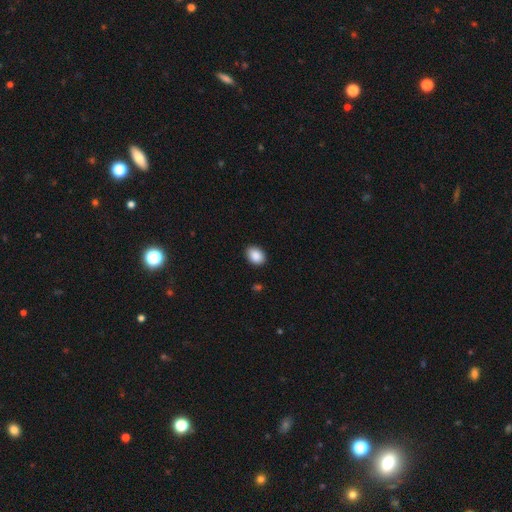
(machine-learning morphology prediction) Smooth or featured? Predicted: smooth (p=0.90). How rounded? Predicted: in between (p=0.76). Merging? Predicted: none (p=0.89).